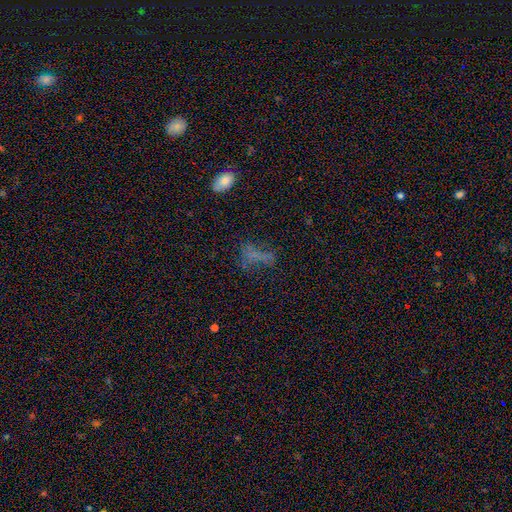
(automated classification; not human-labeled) smooth_or_featured: smooth (p=0.48) [alt: star or artifact p=0.29]
merging: none (p=0.50) [alt: major disturbance p=0.23]